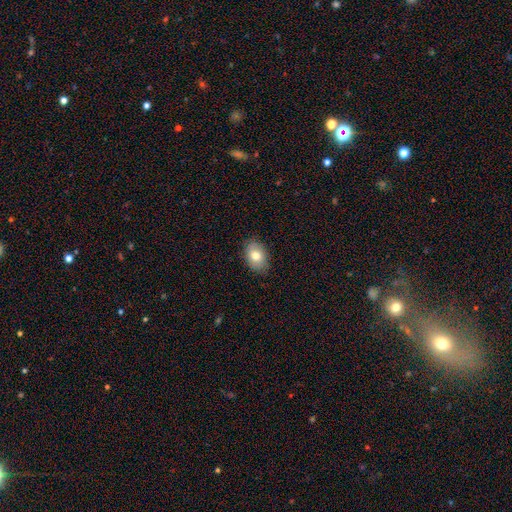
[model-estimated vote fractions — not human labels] The model was most divided on "smooth or featured": smooth: 77%, featured or disk: 15%, star or artifact: 8%. More confident: merging — none (86%); how rounded — in between (83%).